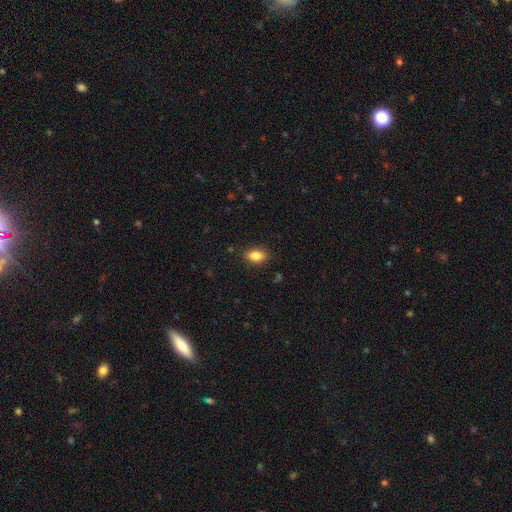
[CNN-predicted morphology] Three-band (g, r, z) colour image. It shows a smooth galaxy with no disk features (85%) that is in between round and cigar-shaped (85%). Merging: none (86%).